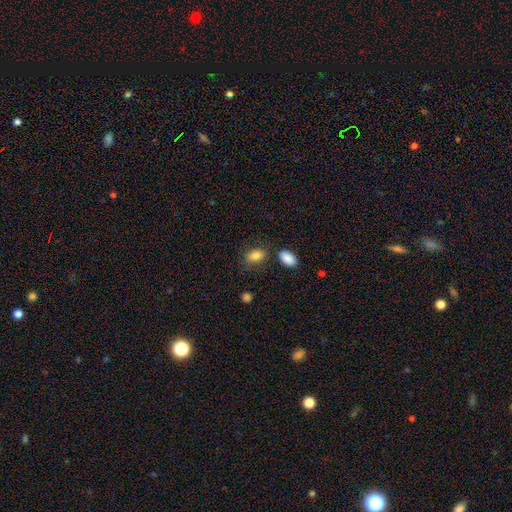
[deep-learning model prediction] smooth_or_featured: smooth (p=0.83) [alt: featured or disk p=0.09]
how_rounded: in between (p=0.89) [alt: round p=0.08]
merging: none (p=0.66) [alt: minor disturbance p=0.18]